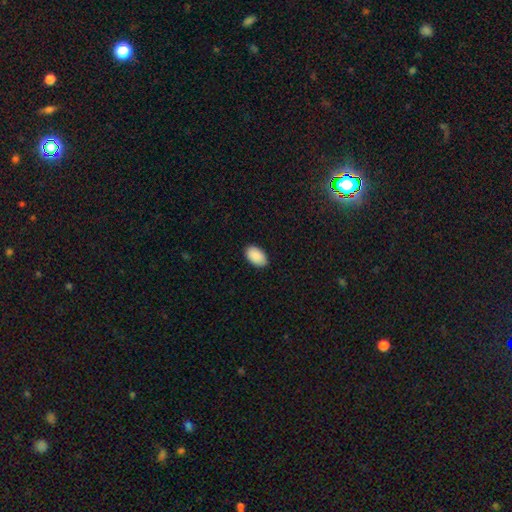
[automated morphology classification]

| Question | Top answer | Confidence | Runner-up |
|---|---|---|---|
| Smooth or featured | smooth | 91% | star or artifact (6%) |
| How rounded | in between | 94% | round (5%) |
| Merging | none | 89% | minor disturbance (8%) |